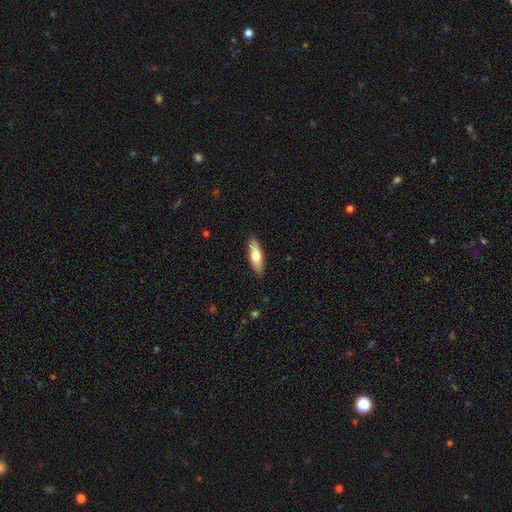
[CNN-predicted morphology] Smooth or featured? smooth (65%)
How rounded? cigar-shaped (54%)
Merging? none (88%)